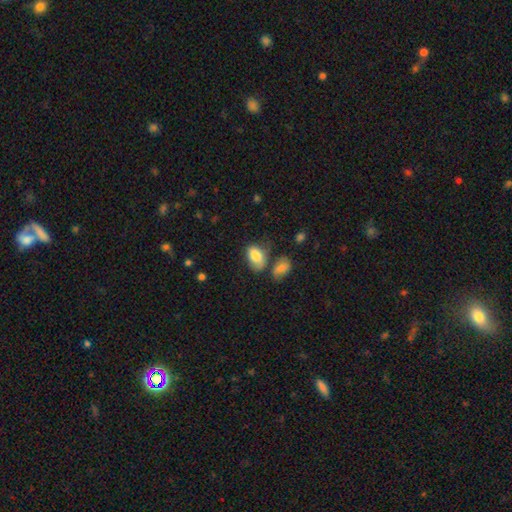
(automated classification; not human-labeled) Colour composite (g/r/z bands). It shows a smooth galaxy with no disk features (82%) that is in between round and cigar-shaped (89%). Merging: none (43%).